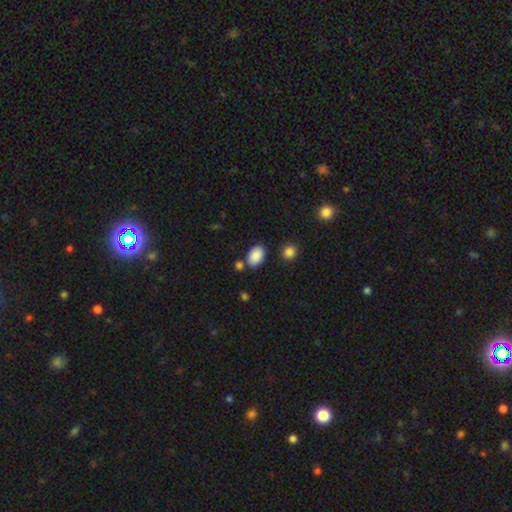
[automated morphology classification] Smooth or featured: smooth — 88% (star or artifact — 8%)
How rounded: in between — 87% (round — 12%)
Merging: none — 76% (minor disturbance — 12%)